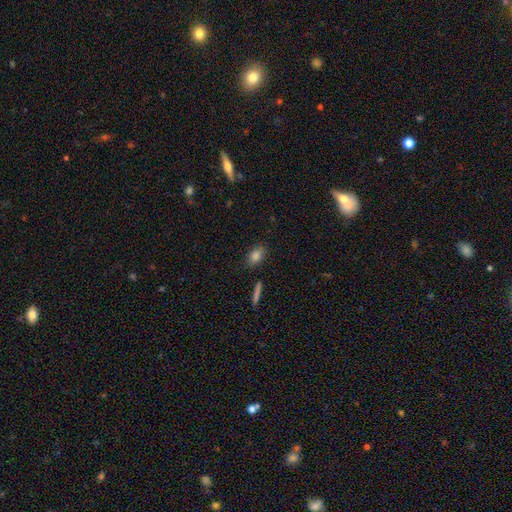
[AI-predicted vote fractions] A smooth galaxy with no disk features (84%) that is in between round and cigar-shaped (83%). Merging: none (84%).